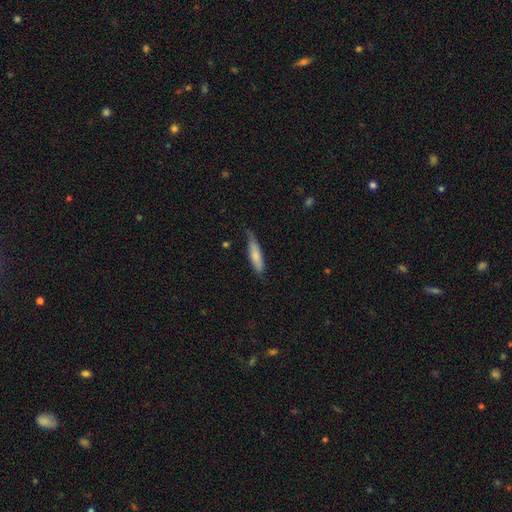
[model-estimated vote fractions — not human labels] Morphology: type=smooth (74%); roundness=cigar-shaped (72%); merging=none (57%).